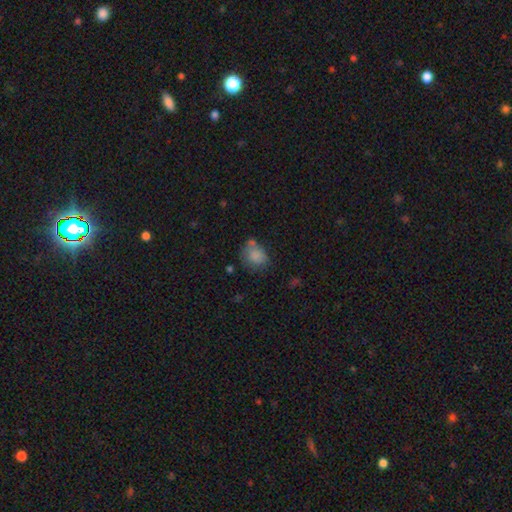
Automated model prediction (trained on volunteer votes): This is likely a smooth galaxy (80%). How rounded: likely round (60%). Merging: possibly none (49%).